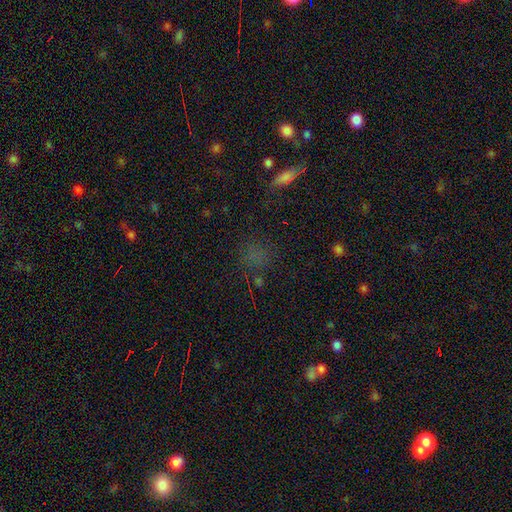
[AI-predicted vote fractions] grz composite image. It shows a smooth galaxy with no disk features (58%) that is round (73%). Merging: none (69%).